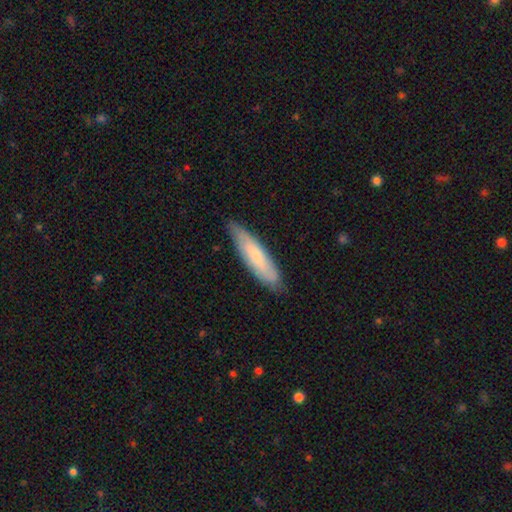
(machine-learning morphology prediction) smooth_or_featured: smooth (p=0.66) [alt: featured or disk p=0.28]
how_rounded: cigar-shaped (p=0.73) [alt: in between p=0.26]
merging: none (p=0.80) [alt: minor disturbance p=0.16]